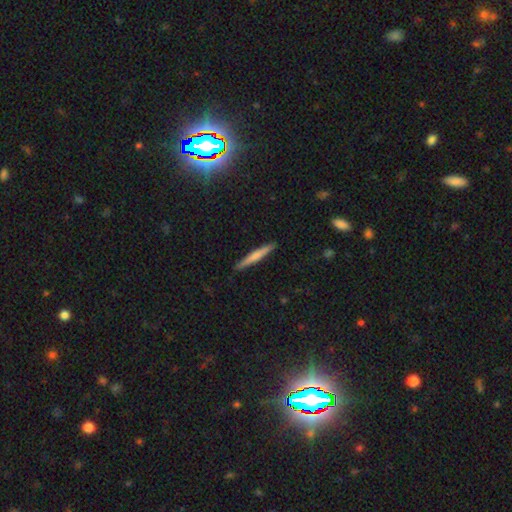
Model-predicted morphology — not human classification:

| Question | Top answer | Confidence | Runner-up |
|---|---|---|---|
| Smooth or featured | smooth | 55% | featured or disk (39%) |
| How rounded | cigar-shaped | 95% | in between (3%) |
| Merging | none | 91% | minor disturbance (7%) |